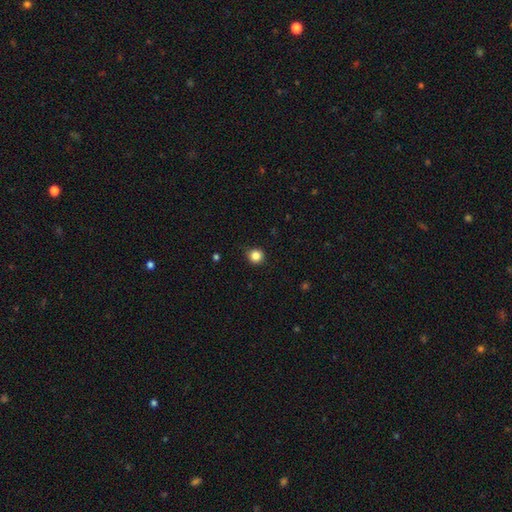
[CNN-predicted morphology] A smooth galaxy with no disk features (84%) that is round (93%). Merging: none (88%).